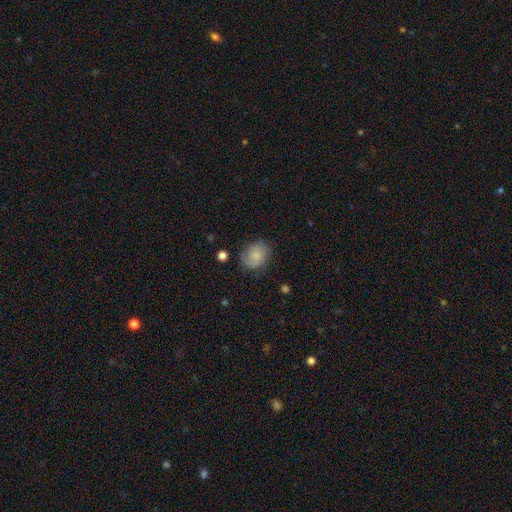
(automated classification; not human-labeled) A smooth galaxy with no disk features (64%) that is round (50%).

Vote fractions:
- Smooth or featured? smooth: 64% / featured or disk: 27% / star or artifact: 9%
- How rounded? round: 50% / in between: 49% / cigar-shaped: 1%
- Merging? none: 70% / minor disturbance: 21% / major disturbance: 7% / merger: 2%